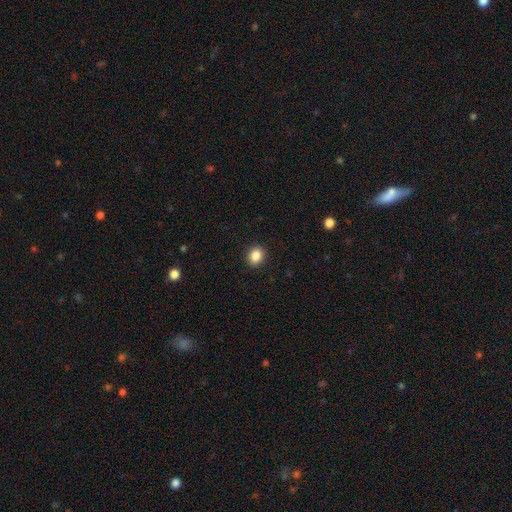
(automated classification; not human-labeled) Morphology: type=smooth (87%); roundness=round (57%); merging=none (91%).